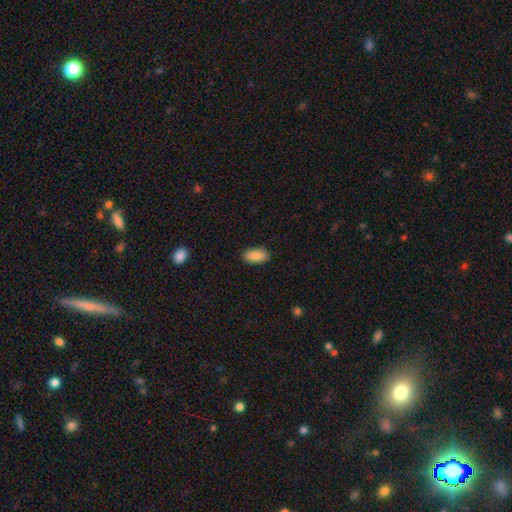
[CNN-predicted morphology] The model was most divided on "merging": none: 89%, minor disturbance: 8%, major disturbance: 2%, merger: 1%. More confident: how rounded — in between (92%); smooth or featured — smooth (87%).